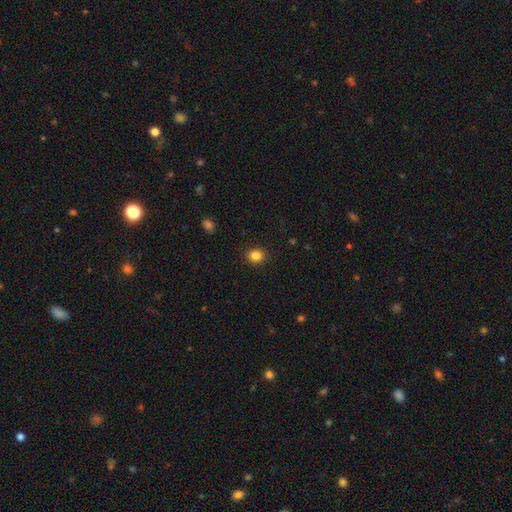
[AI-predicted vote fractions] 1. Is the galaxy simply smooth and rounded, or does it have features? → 85% smooth, 11% star or artifact, 4% featured or disk.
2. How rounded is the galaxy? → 73% round, 26% in between, 1% cigar-shaped.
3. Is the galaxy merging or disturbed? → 91% none, 6% minor disturbance, 2% major disturbance, 1% merger.